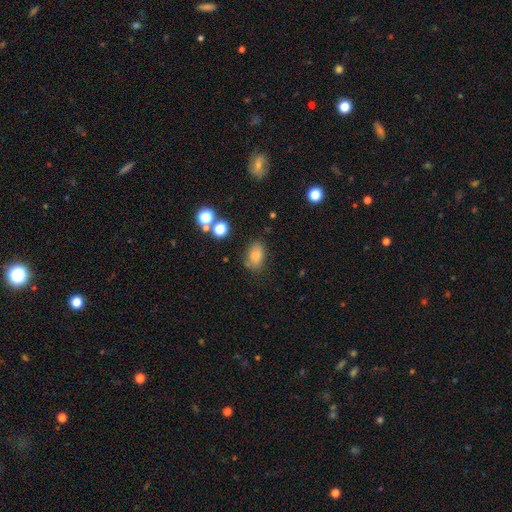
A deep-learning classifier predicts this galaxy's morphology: Overall: smooth (81%). How rounded: in between (84%). Merging: none (69%).